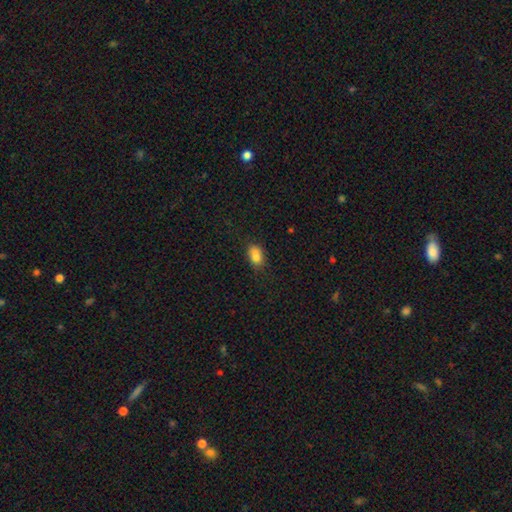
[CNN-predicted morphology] The model was most divided on "merging": none: 68%, minor disturbance: 22%, major disturbance: 5%, merger: 5%. More confident: how rounded — in between (85%); smooth or featured — smooth (83%).